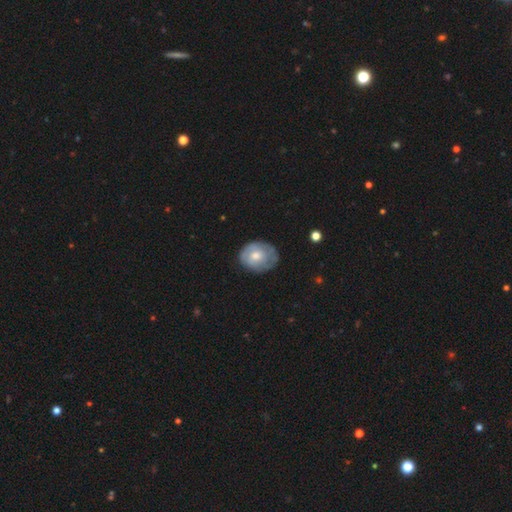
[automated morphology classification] This is possibly a smooth galaxy (52%). How rounded: possibly round (55%). Merging: likely none (66%).